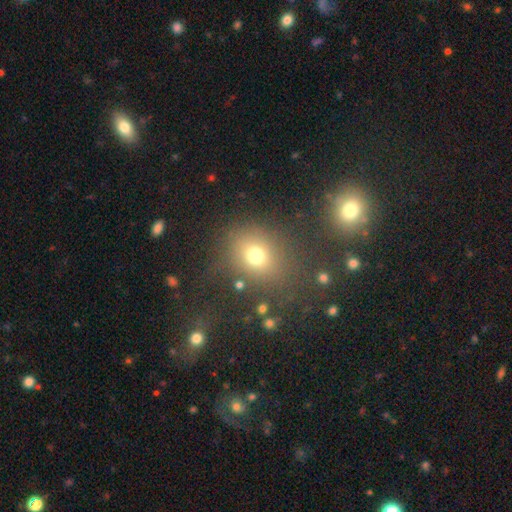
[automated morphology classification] Smooth or featured? smooth (72%)
How rounded? round (61%)
Merging? none (73%)